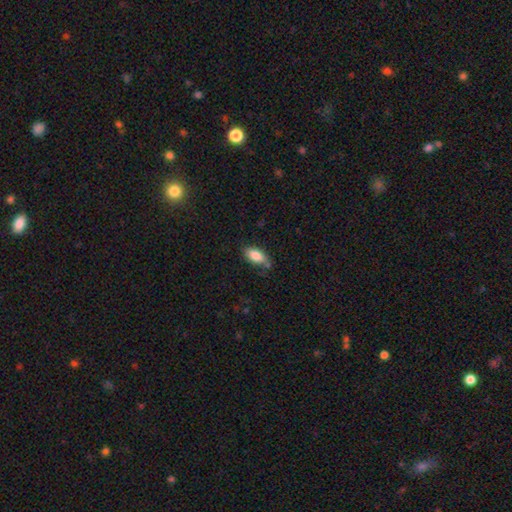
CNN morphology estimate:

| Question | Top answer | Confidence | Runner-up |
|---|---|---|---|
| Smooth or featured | smooth | 84% | featured or disk (9%) |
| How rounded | in between | 89% | cigar-shaped (7%) |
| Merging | none | 69% | minor disturbance (22%) |